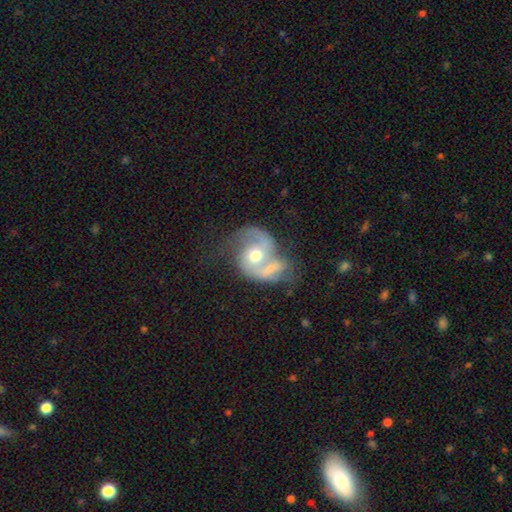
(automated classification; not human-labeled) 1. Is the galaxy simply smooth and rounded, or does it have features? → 74% featured or disk, 19% smooth, 7% star or artifact.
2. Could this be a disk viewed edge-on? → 97% no, 3% yes.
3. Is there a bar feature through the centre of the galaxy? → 67% no, 26% weak, 7% strong.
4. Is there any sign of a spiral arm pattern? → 85% yes, 15% no.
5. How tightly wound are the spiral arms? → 44% medium, 36% loose, 20% tight.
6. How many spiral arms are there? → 71% 2, 15% 1, 9% can't tell, 3% 3, 1% 4, 1% more than 4.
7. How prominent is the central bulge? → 72% moderate, 18% small, 7% large, 2% none, 1% dominant.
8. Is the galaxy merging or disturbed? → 41% merger, 27% none, 18% major disturbance, 15% minor disturbance.